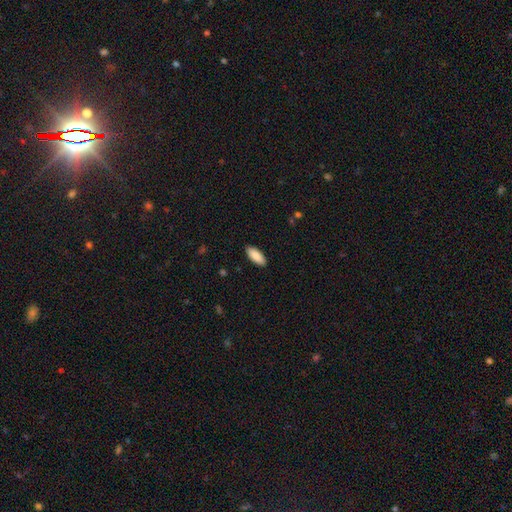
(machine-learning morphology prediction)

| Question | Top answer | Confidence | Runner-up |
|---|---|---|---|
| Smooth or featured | smooth | 89% | star or artifact (6%) |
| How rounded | in between | 80% | cigar-shaped (18%) |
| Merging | none | 90% | minor disturbance (7%) |